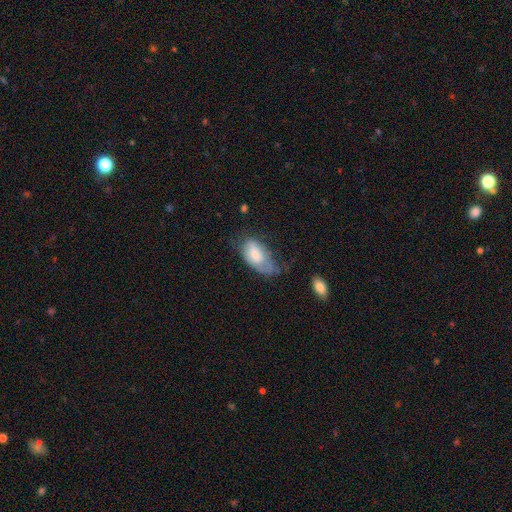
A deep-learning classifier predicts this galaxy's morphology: This is likely a smooth galaxy (70%). How rounded: clearly in between (94%). Merging: marginally minor disturbance (38%).